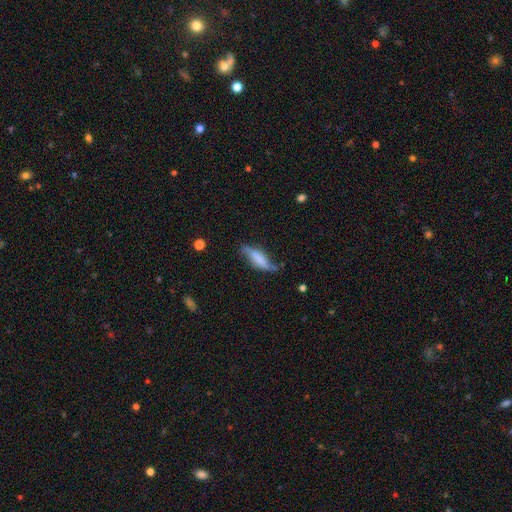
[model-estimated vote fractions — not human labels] Smooth or featured: smooth — 48% (featured or disk — 43%)
Merging: none — 56% (minor disturbance — 31%)